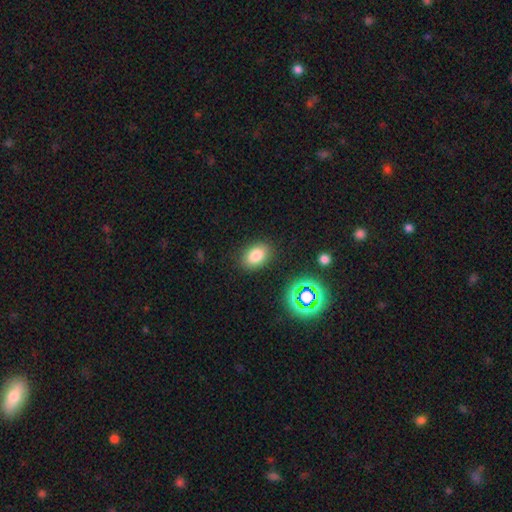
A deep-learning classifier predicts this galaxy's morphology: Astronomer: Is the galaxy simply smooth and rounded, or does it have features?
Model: smooth — 79%.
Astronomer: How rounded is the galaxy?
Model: in between — 82%.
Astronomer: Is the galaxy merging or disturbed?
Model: none — 86%.